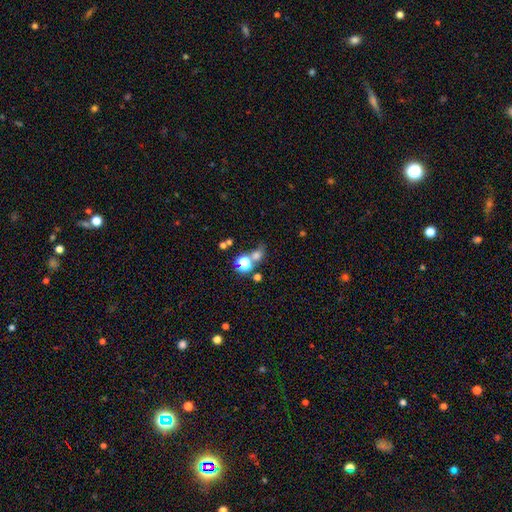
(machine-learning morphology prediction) The model was most divided on "merging": none: 51%, merger: 29%, minor disturbance: 12%, major disturbance: 9%. More confident: how rounded — round (69%); smooth or featured — smooth (59%).